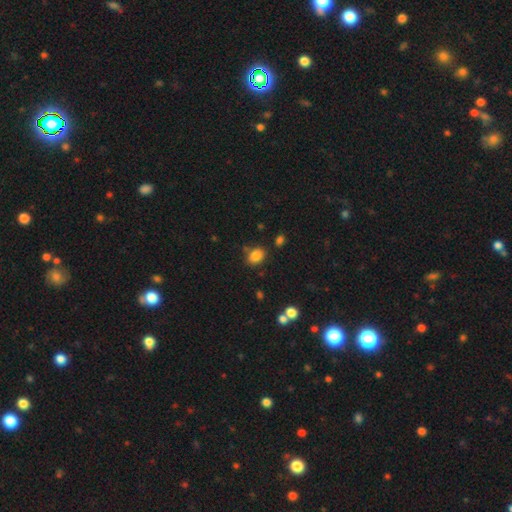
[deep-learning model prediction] Q: Smooth or featured?
A: smooth (84%); runner-up: star or artifact (11%)
Q: How rounded?
A: in between (62%); runner-up: round (37%)
Q: Merging?
A: none (77%); runner-up: minor disturbance (13%)